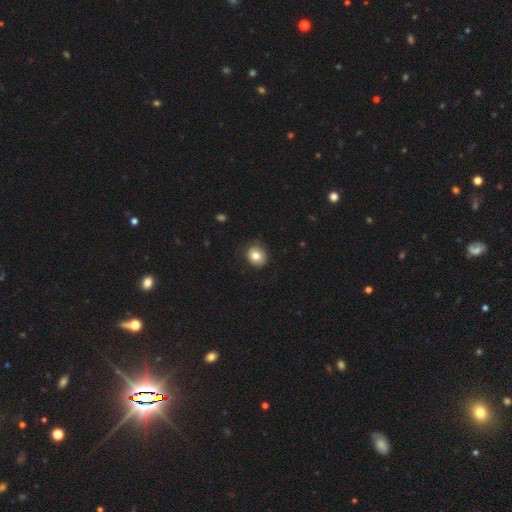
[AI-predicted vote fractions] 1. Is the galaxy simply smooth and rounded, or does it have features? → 79% smooth, 12% featured or disk, 9% star or artifact.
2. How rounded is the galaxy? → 71% round, 28% in between, 1% cigar-shaped.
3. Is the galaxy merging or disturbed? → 79% none, 16% minor disturbance, 4% major disturbance, 1% merger.